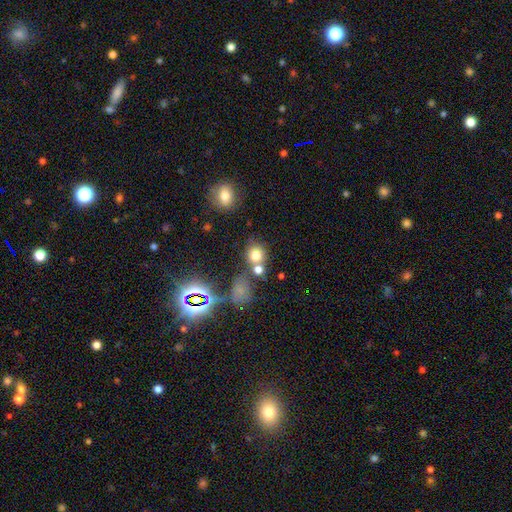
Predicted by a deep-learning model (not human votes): This appears to be a smooth galaxy with no disk features (72%) that is round (77%). Merging: none (54%).